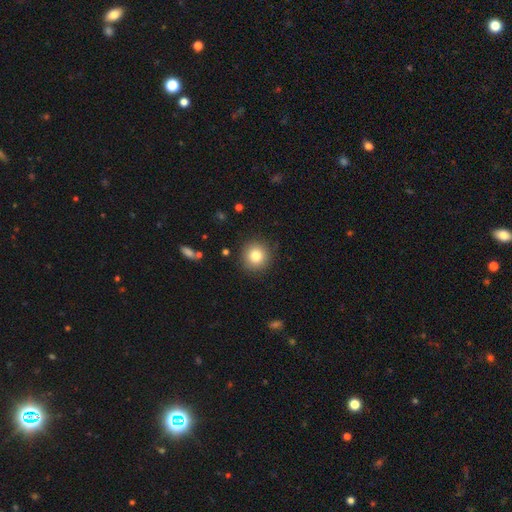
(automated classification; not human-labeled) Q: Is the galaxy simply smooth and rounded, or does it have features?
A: smooth — 81%.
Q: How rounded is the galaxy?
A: round — 93%.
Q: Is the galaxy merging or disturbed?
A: none — 90%.